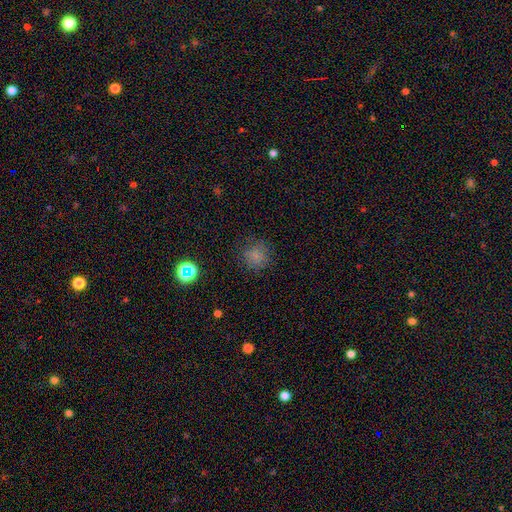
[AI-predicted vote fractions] The model was most divided on "smooth or featured": smooth: 74%, star or artifact: 18%, featured or disk: 7%. More confident: how rounded — round (89%); merging — none (79%).